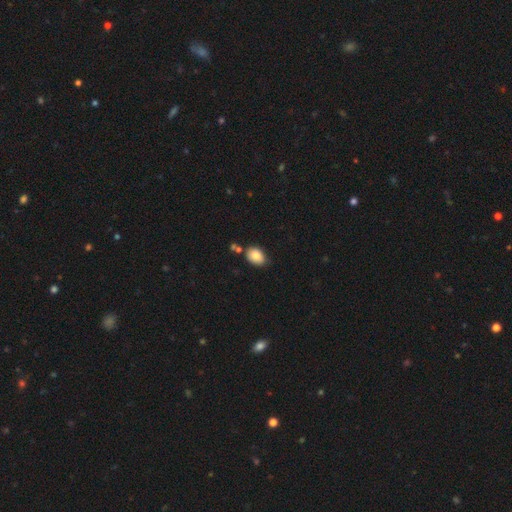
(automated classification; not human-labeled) Smooth or featured? Predicted: smooth (p=0.85). How rounded? Predicted: in between (p=0.79). Merging? Predicted: none (p=0.73).